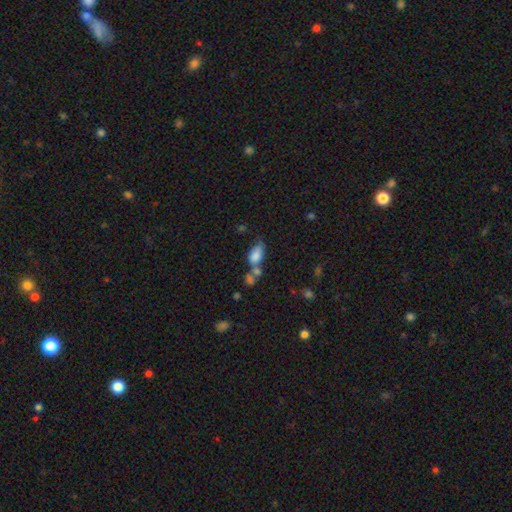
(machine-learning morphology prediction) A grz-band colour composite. It shows a smooth galaxy with no disk features (76%) that is in between round and cigar-shaped (87%). Merging: merger (45%).